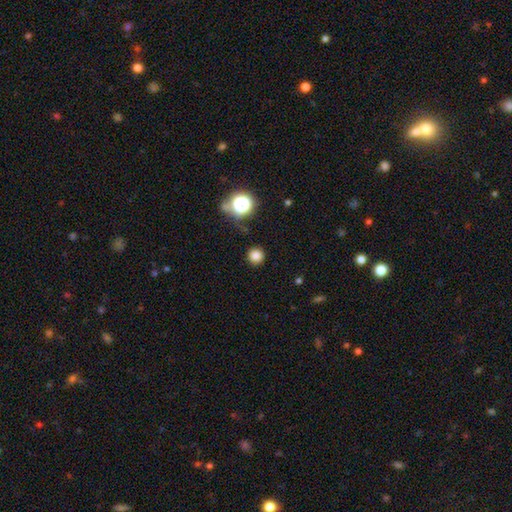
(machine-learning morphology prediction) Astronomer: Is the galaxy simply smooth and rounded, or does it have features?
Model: smooth — 80%.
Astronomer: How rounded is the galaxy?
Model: round — 94%.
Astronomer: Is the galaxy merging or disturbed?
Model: none — 88%.